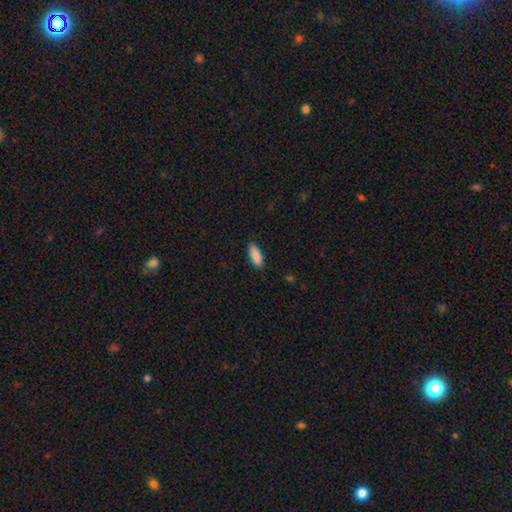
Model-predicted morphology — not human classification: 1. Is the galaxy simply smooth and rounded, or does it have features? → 89% smooth, 6% star or artifact, 5% featured or disk.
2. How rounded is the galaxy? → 67% in between, 32% cigar-shaped, 2% round.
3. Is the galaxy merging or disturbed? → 87% none, 10% minor disturbance, 2% major disturbance, 1% merger.